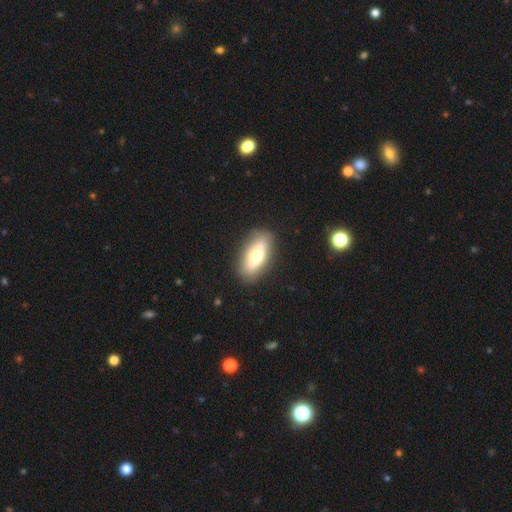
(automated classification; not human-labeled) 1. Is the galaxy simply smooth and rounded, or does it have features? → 63% smooth, 31% featured or disk, 7% star or artifact.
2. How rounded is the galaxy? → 71% in between, 25% cigar-shaped, 3% round.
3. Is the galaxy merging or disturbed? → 87% none, 9% minor disturbance, 3% major disturbance, 1% merger.